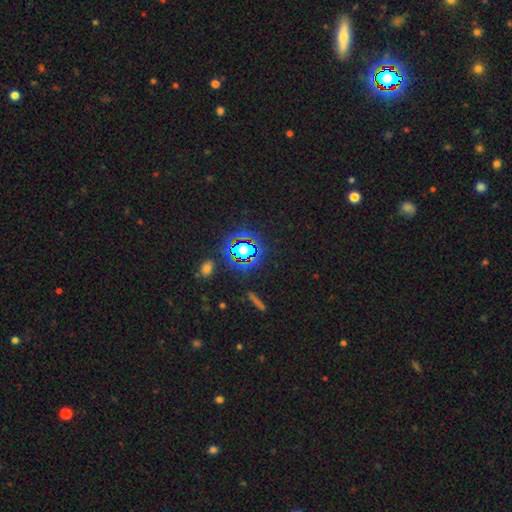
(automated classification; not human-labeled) Overall: star or artifact (80%).